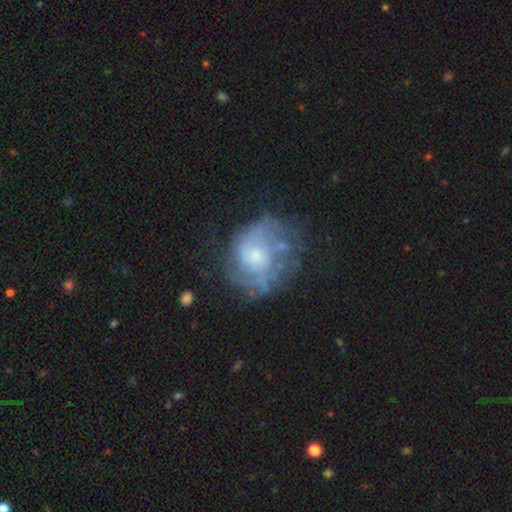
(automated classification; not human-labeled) smooth-or-featured: featured or disk: 70% | smooth: 22% | star or artifact: 8%
  disk-edge-on: no: 98% | yes: 2%
    bar: no: 77% | weak: 20% | strong: 3%
    has-spiral-arms: yes: 73% | no: 27%
      spiral-winding: tight: 46% | medium: 36% | loose: 18%
      spiral-arm-count: can't tell: 43% | 2: 30% | 3: 10% | 1: 9% | 4: 4% | more than 4: 4%
    bulge-size: moderate: 44% | small: 42% | large: 7% | none: 6% | dominant: 1%
  merging: none: 53% | minor disturbance: 23% | major disturbance: 20% | merger: 4%